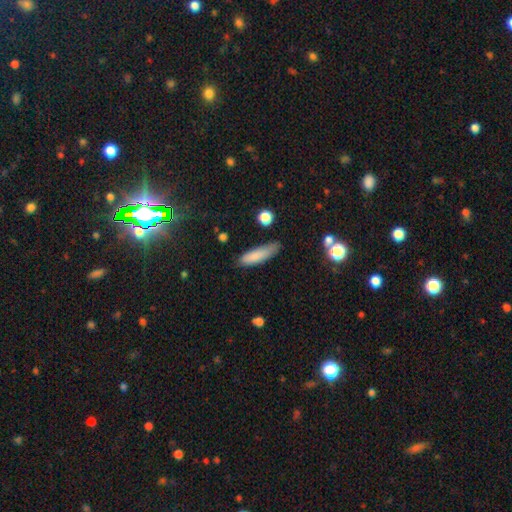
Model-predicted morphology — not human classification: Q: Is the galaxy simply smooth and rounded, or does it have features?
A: smooth — 83%.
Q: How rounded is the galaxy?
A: cigar-shaped — 68%.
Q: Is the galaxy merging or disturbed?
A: none — 73%.